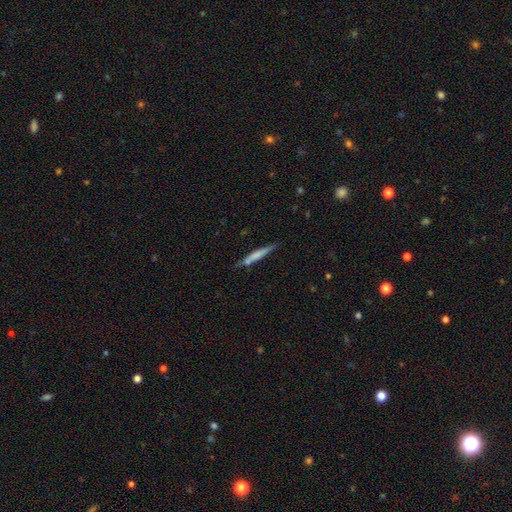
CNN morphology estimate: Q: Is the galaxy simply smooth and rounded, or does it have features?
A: smooth — 57%.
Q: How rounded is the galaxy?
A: cigar-shaped — 94%.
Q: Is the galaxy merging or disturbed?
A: none — 76%.